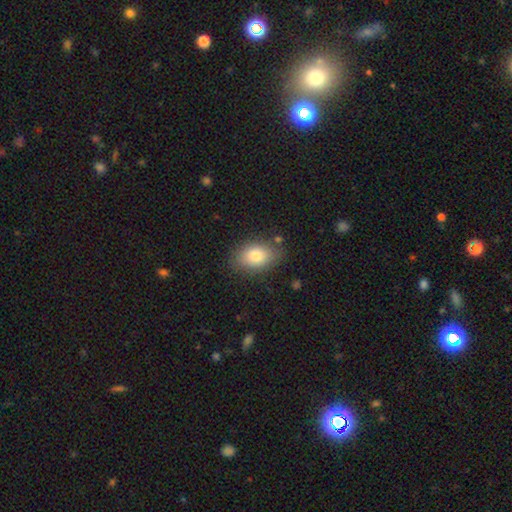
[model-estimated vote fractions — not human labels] Morphology: type=smooth (80%); roundness=in between (83%); merging=none (81%).